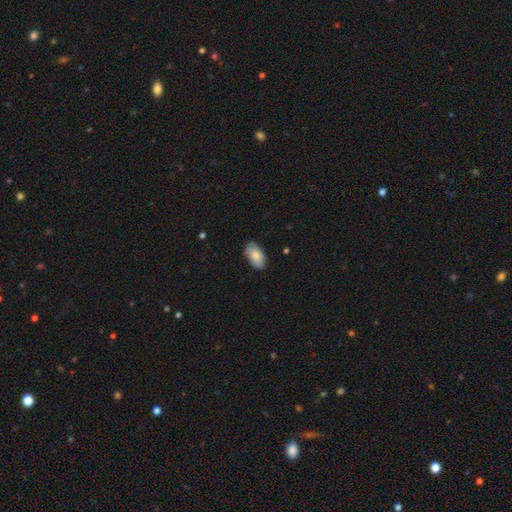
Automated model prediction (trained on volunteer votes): This appears to be a smooth galaxy with no disk features (83%) that is in between round and cigar-shaped (94%). Merging: none (77%).